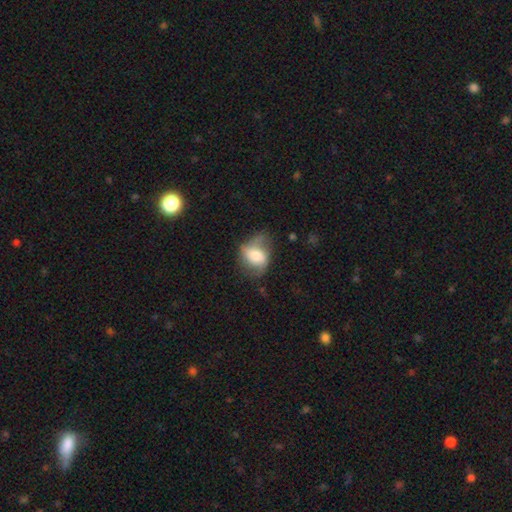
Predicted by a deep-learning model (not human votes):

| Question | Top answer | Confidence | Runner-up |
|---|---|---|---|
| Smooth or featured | smooth | 48% | featured or disk (44%) |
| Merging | none | 47% | minor disturbance (32%) |